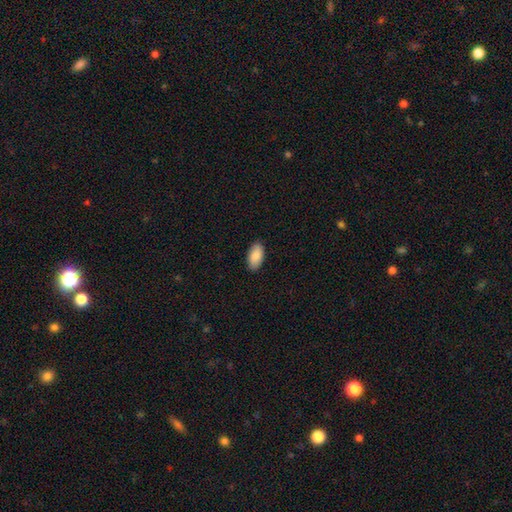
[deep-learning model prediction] smooth 87%, featured or disk 7%, star or artifact 6%. Down the decision tree: how rounded — in between (94%); merging — none (89%).